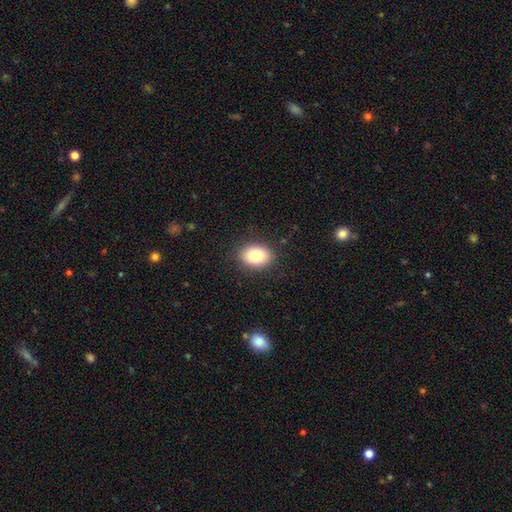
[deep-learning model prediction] Q: Smooth or featured?
A: smooth (82%); runner-up: featured or disk (10%)
Q: How rounded?
A: in between (72%); runner-up: round (27%)
Q: Merging?
A: none (87%); runner-up: minor disturbance (9%)